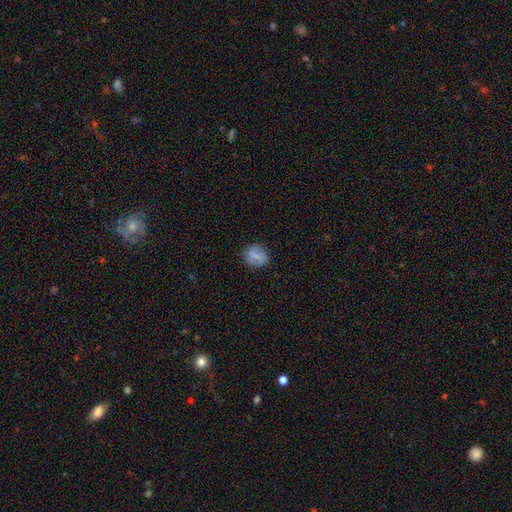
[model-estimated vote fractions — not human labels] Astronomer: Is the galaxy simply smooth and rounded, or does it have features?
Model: smooth — 74%.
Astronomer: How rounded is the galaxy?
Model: round — 75%.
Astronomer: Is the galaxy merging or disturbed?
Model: none — 80%.